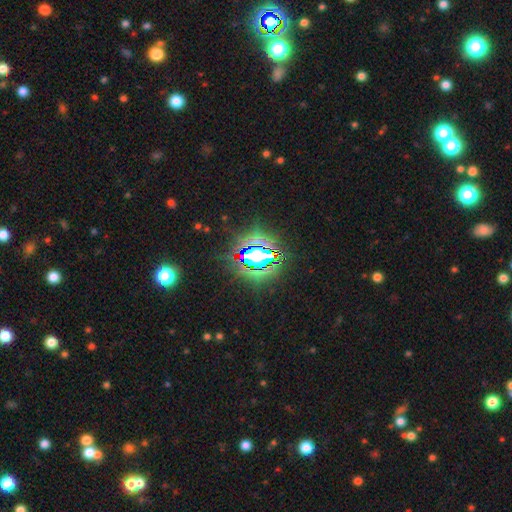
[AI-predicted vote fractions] smooth-or-featured: star or artifact: 73% | smooth: 16% | featured or disk: 10%